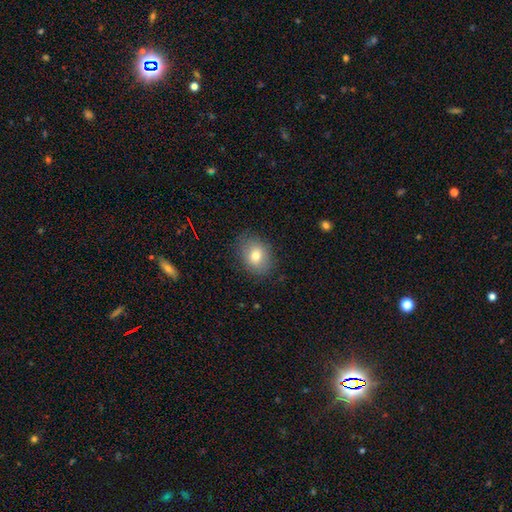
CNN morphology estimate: Smooth or featured? smooth (76%)
How rounded? in between (62%)
Merging? none (83%)